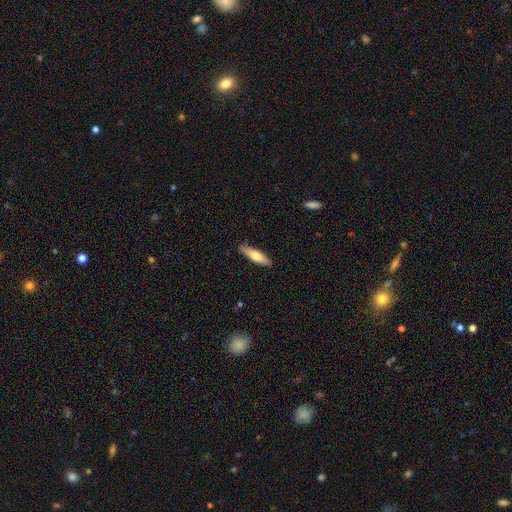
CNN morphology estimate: Smooth or featured? smooth (65%)
How rounded? cigar-shaped (71%)
Merging? none (87%)